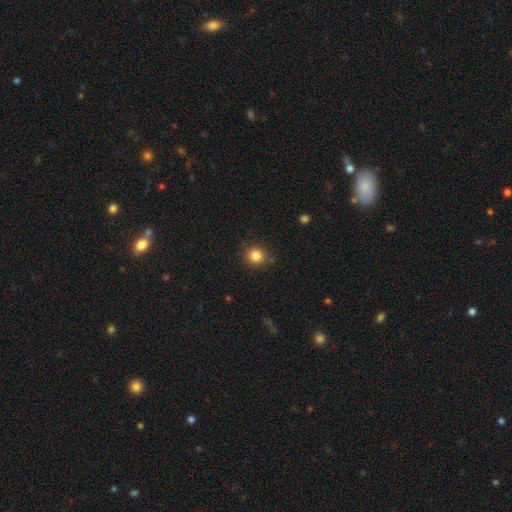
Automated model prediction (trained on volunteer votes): This appears to be a smooth galaxy with no disk features (84%) that is round (85%). Merging: none (85%).